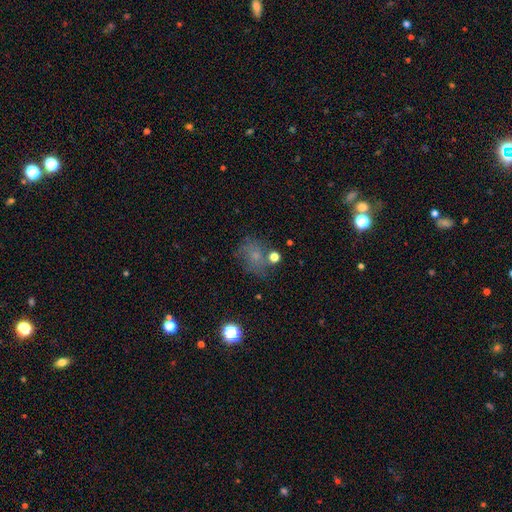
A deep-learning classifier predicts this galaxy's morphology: type=smooth (52%); roundness=round (64%); merging=none (58%).